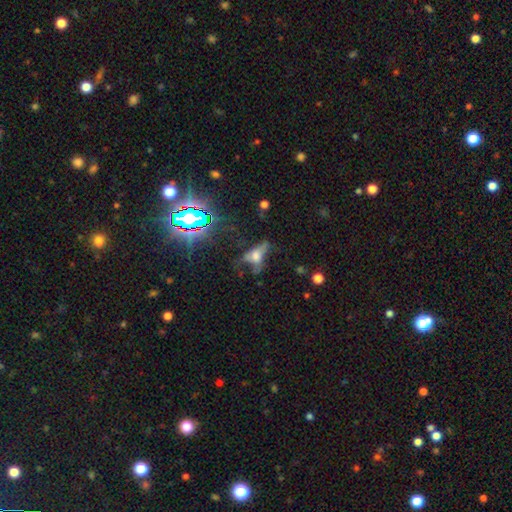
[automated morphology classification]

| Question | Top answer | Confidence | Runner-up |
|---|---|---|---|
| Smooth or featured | featured or disk | 46% | smooth (31%) |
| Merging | major disturbance | 37% | none (35%) |